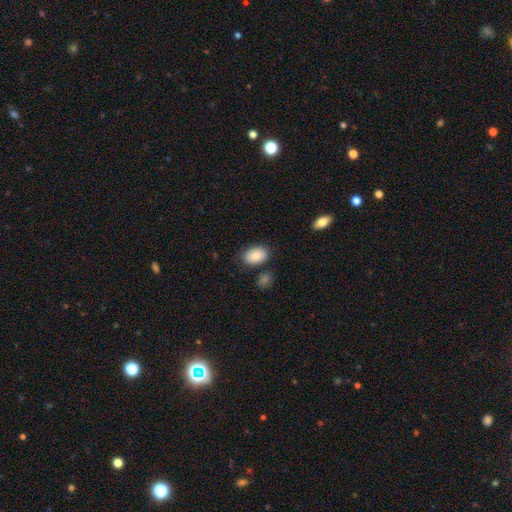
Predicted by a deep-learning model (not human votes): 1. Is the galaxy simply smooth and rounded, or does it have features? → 87% smooth, 7% star or artifact, 6% featured or disk.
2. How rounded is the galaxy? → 89% in between, 10% round, 1% cigar-shaped.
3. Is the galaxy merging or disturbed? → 76% none, 14% minor disturbance, 6% merger, 4% major disturbance.